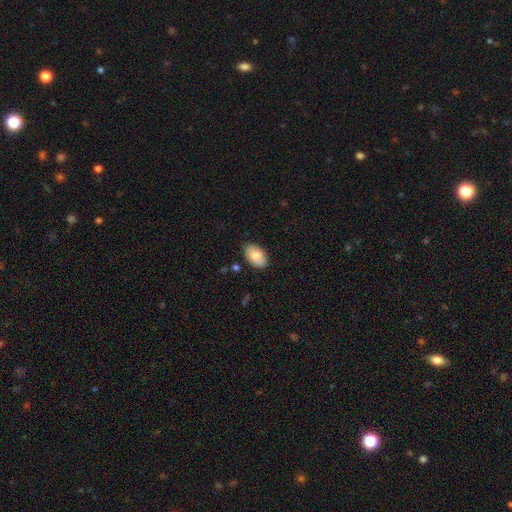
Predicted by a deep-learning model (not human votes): The model was most divided on "smooth or featured": smooth: 78%, featured or disk: 16%, star or artifact: 6%. More confident: how rounded — in between (93%); merging — none (84%).